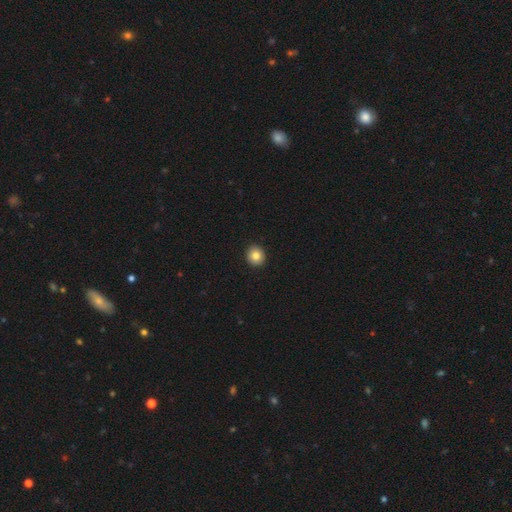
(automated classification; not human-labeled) Smooth or featured?
  - smooth: 84% *
  - star or artifact: 9%
  - featured or disk: 7%
How rounded?
  - round: 88% *
  - in between: 11%
  - cigar-shaped: 1%
Merging?
  - none: 93% *
  - minor disturbance: 5%
  - major disturbance: 1%
  - merger: 1%